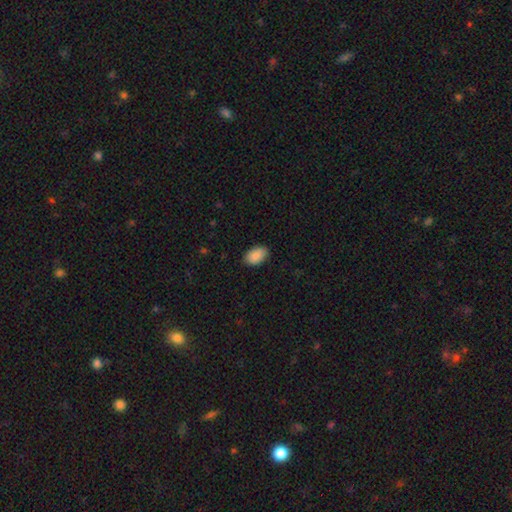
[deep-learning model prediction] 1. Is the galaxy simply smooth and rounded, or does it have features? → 90% smooth, 6% star or artifact, 4% featured or disk.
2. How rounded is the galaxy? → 92% in between, 7% round, 1% cigar-shaped.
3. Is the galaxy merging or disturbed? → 86% none, 11% minor disturbance, 2% major disturbance, 1% merger.